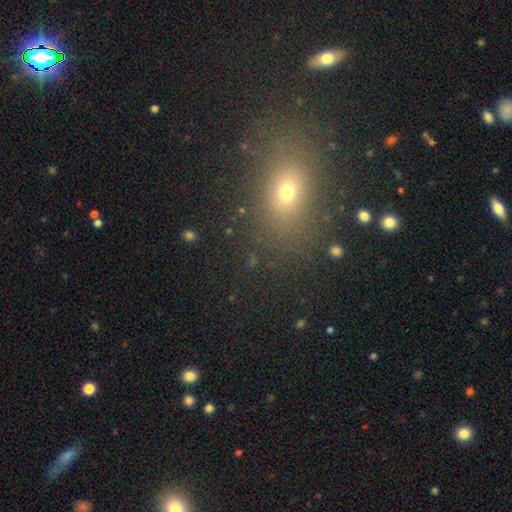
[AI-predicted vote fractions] This is possibly a smooth galaxy (59%). How rounded: likely in between (65%). Merging: clearly none (83%).